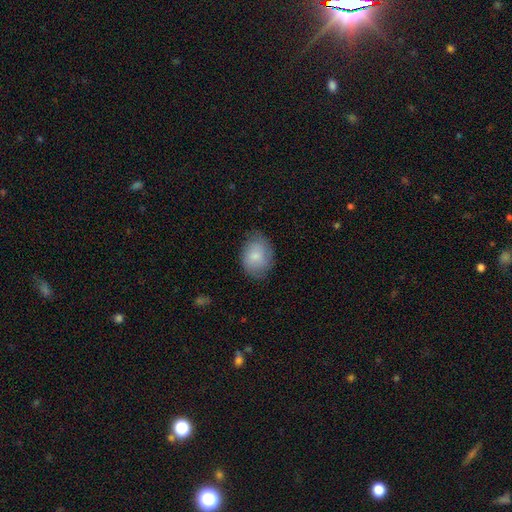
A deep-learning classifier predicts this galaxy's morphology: A smooth galaxy with no disk features (77%) that is in between round and cigar-shaped (62%).

Vote fractions:
- Smooth or featured? smooth: 77% / featured or disk: 16% / star or artifact: 6%
- How rounded? in between: 62% / round: 37% / cigar-shaped: 1%
- Merging? none: 72% / minor disturbance: 22% / major disturbance: 5% / merger: 1%